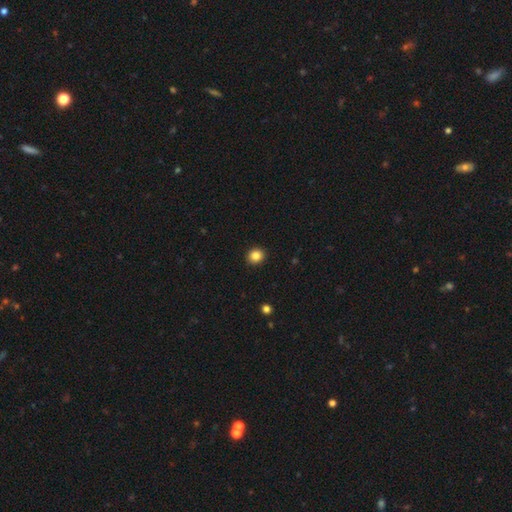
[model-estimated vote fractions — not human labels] Morphology: type=smooth (85%); roundness=round (78%); merging=none (92%).